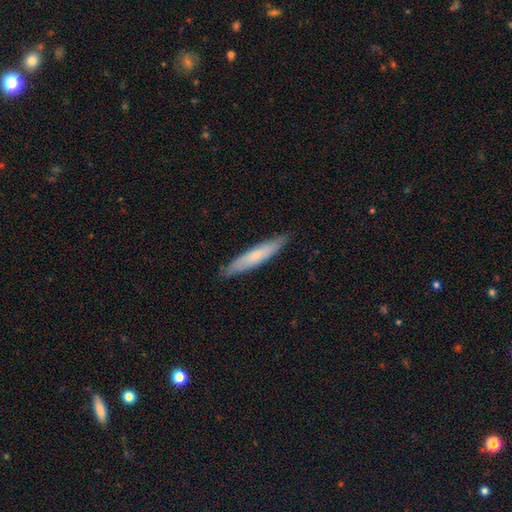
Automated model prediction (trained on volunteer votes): smooth 66%, featured or disk 29%, star or artifact 5%. Down the decision tree: how rounded — cigar-shaped (91%); merging — none (89%).